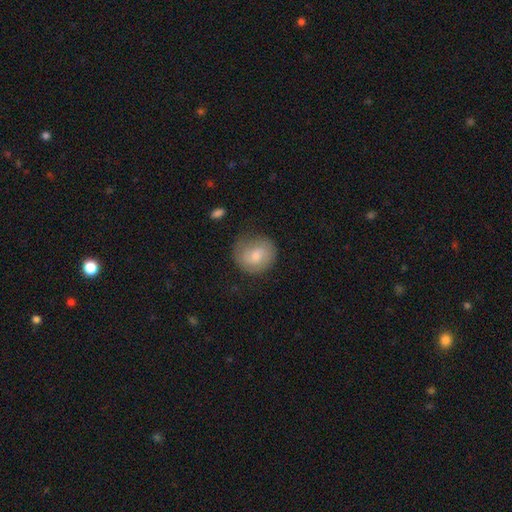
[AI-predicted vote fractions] This appears to be a smooth galaxy with no disk features (53%) that is round (77%). Merging: none (65%).